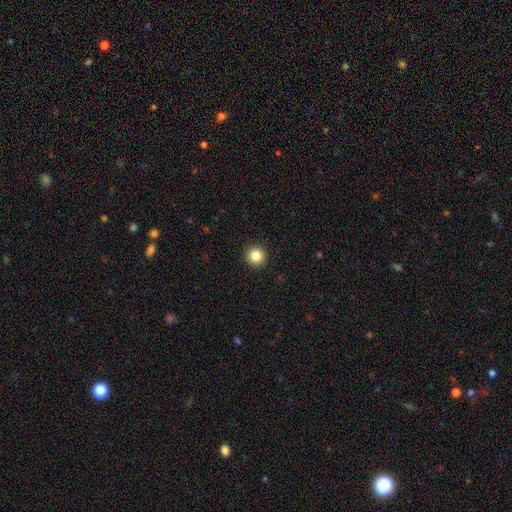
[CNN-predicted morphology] Q: Smooth or featured?
A: smooth (84%); runner-up: star or artifact (11%)
Q: How rounded?
A: round (95%); runner-up: in between (4%)
Q: Merging?
A: none (93%); runner-up: minor disturbance (4%)